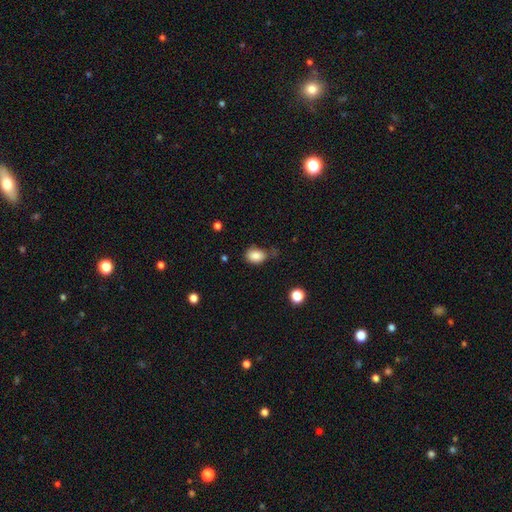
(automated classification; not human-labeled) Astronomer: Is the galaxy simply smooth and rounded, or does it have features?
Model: smooth — 85%.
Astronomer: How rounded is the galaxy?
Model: in between — 75%.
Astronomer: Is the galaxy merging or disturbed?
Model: none — 59%.